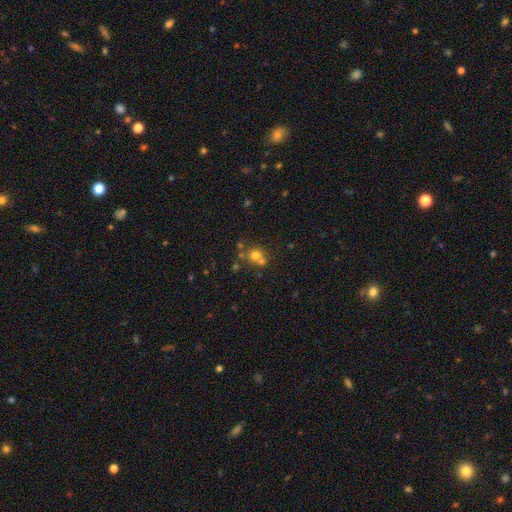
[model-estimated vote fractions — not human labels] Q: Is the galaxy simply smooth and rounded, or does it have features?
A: smooth — 66%.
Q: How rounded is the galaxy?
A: round — 85%.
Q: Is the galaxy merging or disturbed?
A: none — 53%.